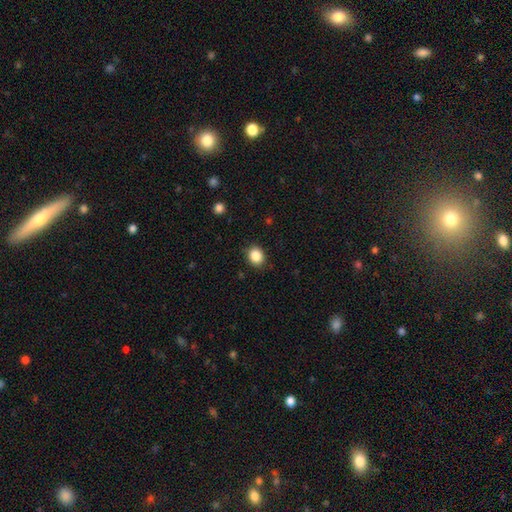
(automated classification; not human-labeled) Smooth or featured? Predicted: smooth (p=0.86). How rounded? Predicted: round (p=0.59). Merging? Predicted: none (p=0.87).